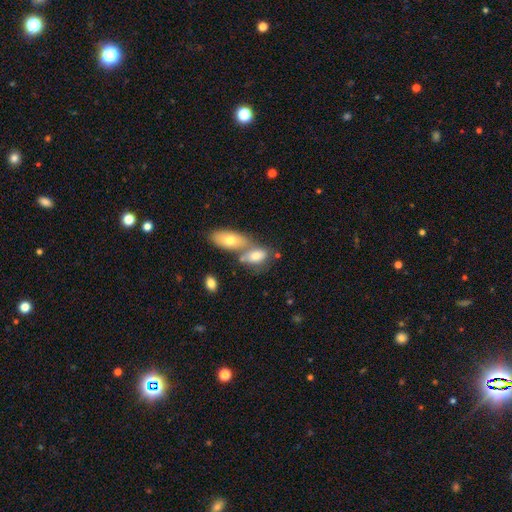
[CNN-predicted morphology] A smooth galaxy with no disk features (72%) that is in between round and cigar-shaped (88%).

Vote fractions:
- Smooth or featured? smooth: 72% / featured or disk: 20% / star or artifact: 7%
- How rounded? in between: 88% / cigar-shaped: 7% / round: 5%
- Merging? merger: 56% / none: 31% / minor disturbance: 9% / major disturbance: 4%